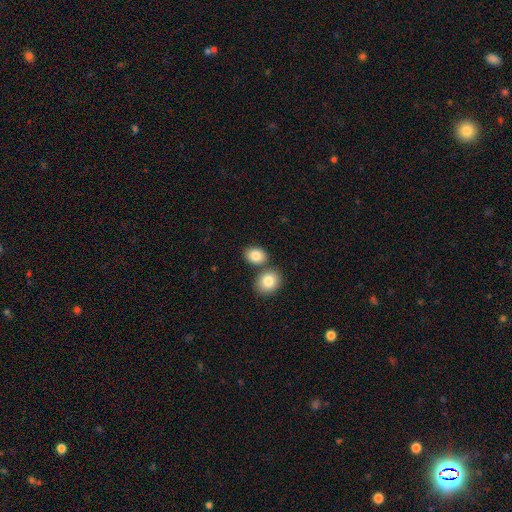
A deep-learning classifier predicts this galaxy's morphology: Smooth or featured? smooth (84%)
How rounded? in between (61%)
Merging? none (60%)